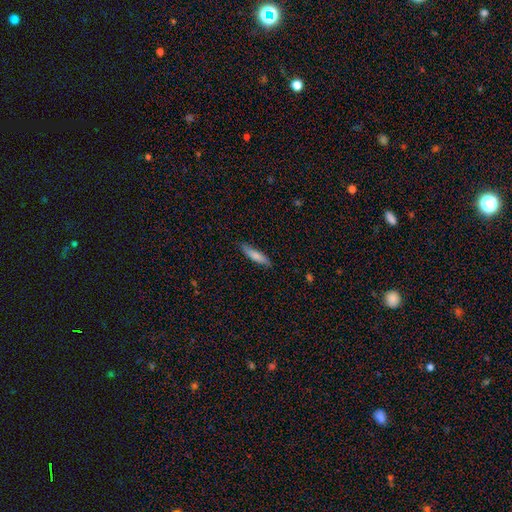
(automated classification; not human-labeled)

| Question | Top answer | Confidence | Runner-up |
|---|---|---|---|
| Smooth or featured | smooth | 76% | featured or disk (18%) |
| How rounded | cigar-shaped | 79% | in between (20%) |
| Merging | none | 84% | minor disturbance (13%) |